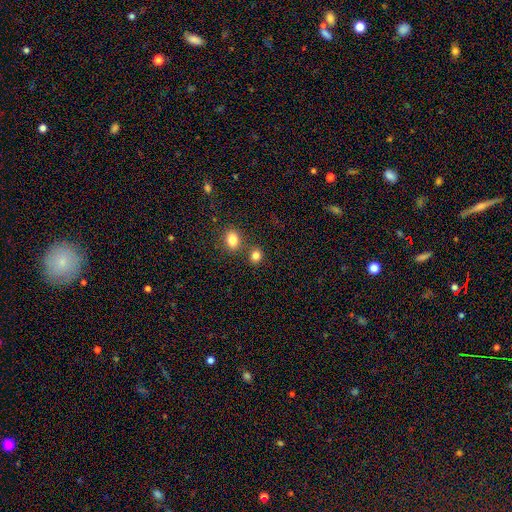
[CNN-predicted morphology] This appears to be a smooth galaxy with no disk features (82%) that is round (68%). Merging: none (67%).